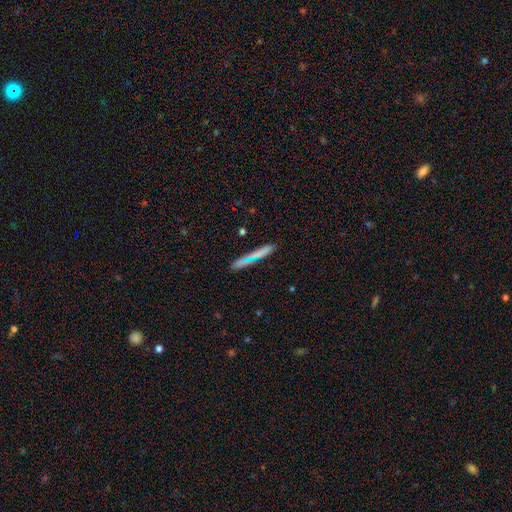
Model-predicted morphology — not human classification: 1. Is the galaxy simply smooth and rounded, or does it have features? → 64% smooth, 27% featured or disk, 9% star or artifact.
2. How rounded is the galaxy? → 91% cigar-shaped, 7% in between, 2% round.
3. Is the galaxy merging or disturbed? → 73% none, 14% minor disturbance, 8% merger, 4% major disturbance.